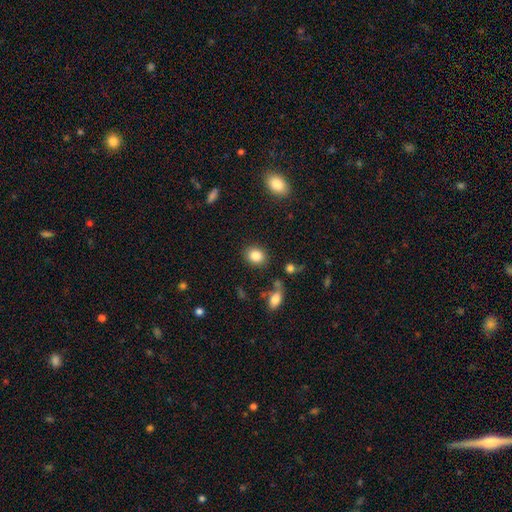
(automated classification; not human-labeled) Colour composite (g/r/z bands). It shows a smooth galaxy with no disk features (85%) that is round (59%). Merging: none (85%).